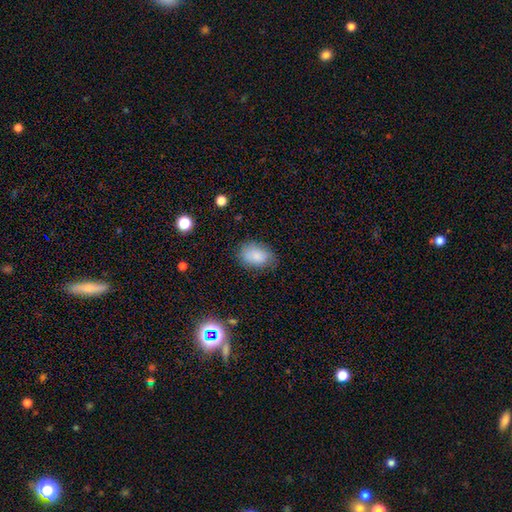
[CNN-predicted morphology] This appears to be a smooth galaxy with no disk features (84%) that is in between round and cigar-shaped (87%). Merging: none (74%).